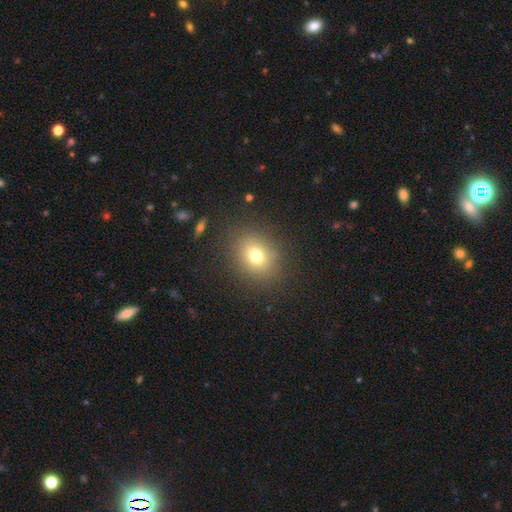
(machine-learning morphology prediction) type=smooth (74%); roundness=round (57%); merging=none (85%).